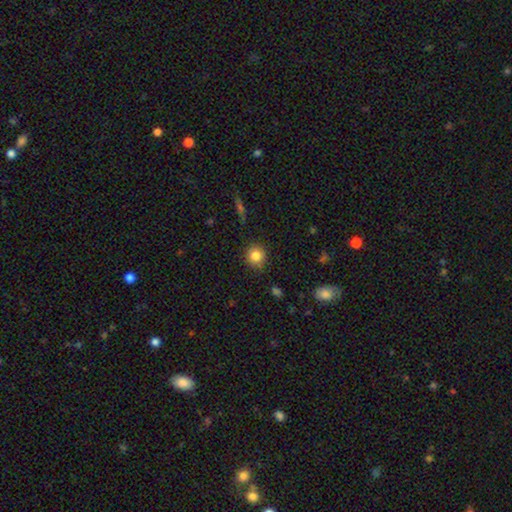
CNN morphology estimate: This appears to be a smooth galaxy with no disk features (83%) that is round (90%). Merging: none (87%).